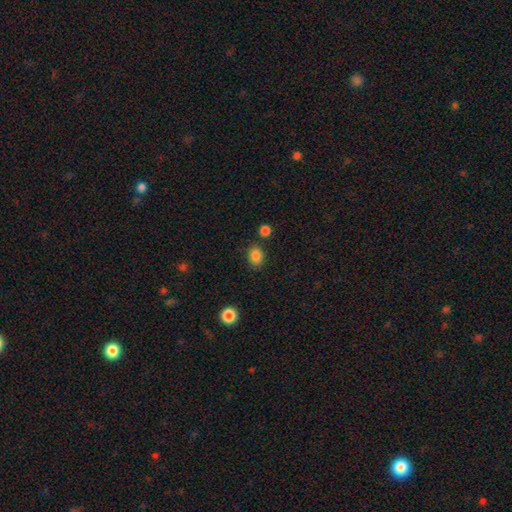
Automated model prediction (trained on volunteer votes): Smooth or featured? Predicted: smooth (p=0.86). How rounded? Predicted: in between (p=0.51). Merging? Predicted: none (p=0.78).